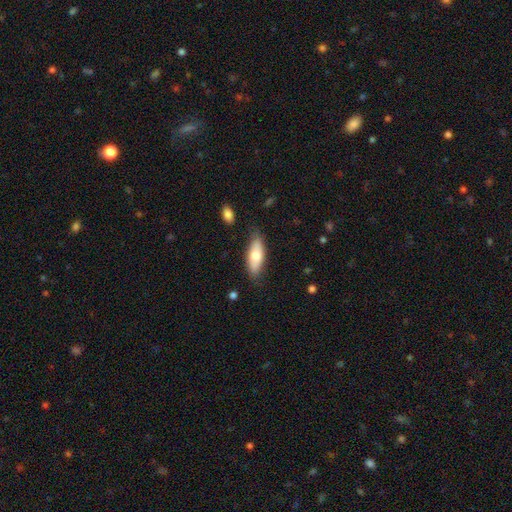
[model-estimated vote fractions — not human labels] smooth-or-featured: smooth: 69% | featured or disk: 25% | star or artifact: 6%
  how-rounded: in between: 68% | cigar-shaped: 30% | round: 2%
  merging: none: 77% | minor disturbance: 18% | major disturbance: 3% | merger: 2%